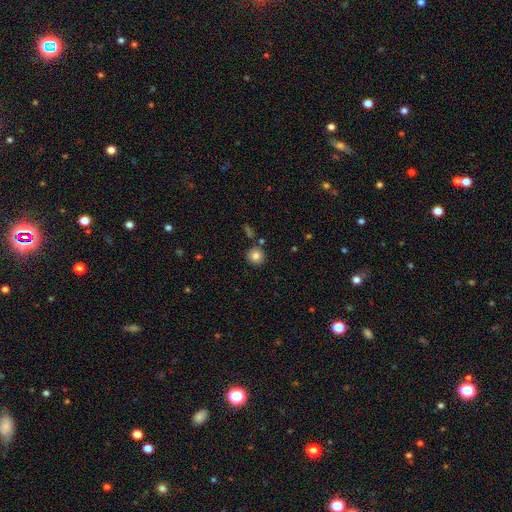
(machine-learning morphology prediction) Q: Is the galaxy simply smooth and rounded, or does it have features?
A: smooth — 83%.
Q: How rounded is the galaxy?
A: round — 93%.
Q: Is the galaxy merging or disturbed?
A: none — 85%.